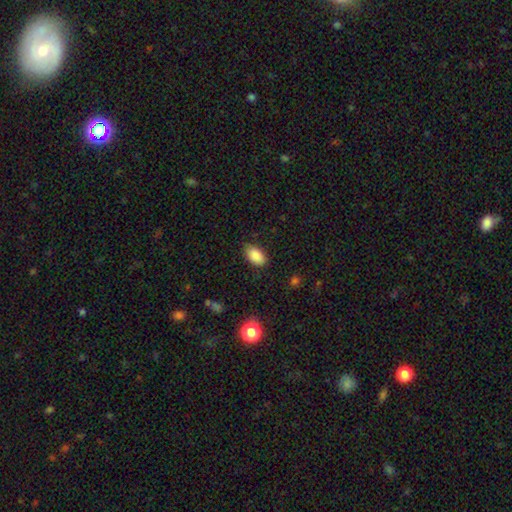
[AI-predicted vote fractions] Smooth or featured? smooth (88%)
How rounded? in between (92%)
Merging? none (78%)